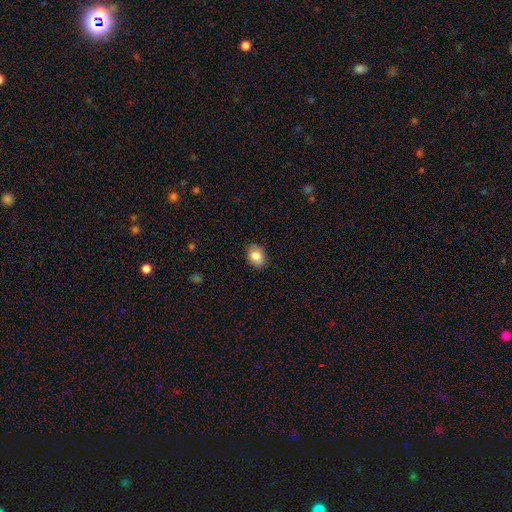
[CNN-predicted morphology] smooth 84%, star or artifact 8%, featured or disk 8%. Down the decision tree: how rounded — in between (67%); merging — none (87%).